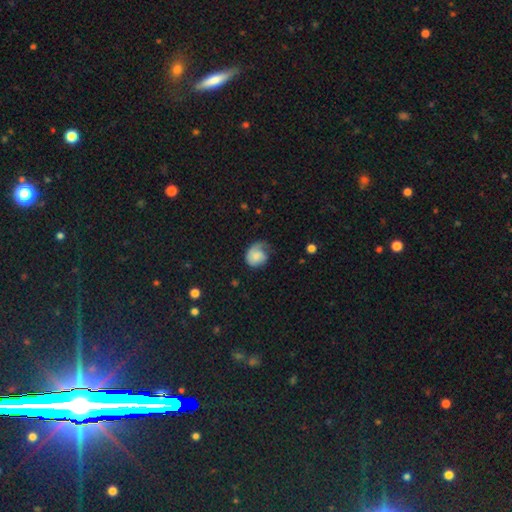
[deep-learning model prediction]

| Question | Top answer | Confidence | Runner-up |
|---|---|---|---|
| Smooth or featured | smooth | 55% | featured or disk (38%) |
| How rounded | round | 61% | in between (39%) |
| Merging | none | 34% | major disturbance (33%) |